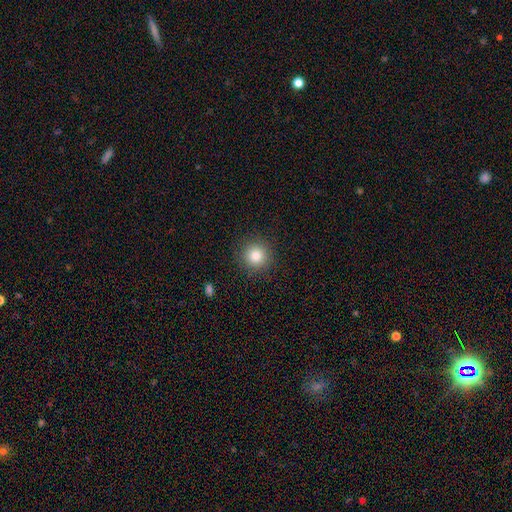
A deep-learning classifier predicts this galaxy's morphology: Smooth or featured? smooth (83%)
How rounded? round (94%)
Merging? none (90%)